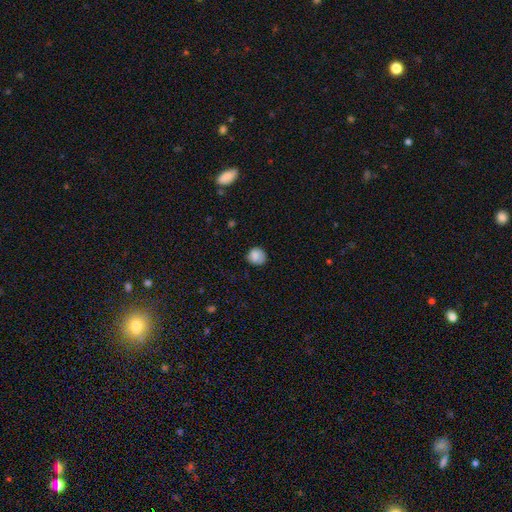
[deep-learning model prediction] A smooth galaxy with no disk features (85%) that is round (84%). Merging: none (75%).